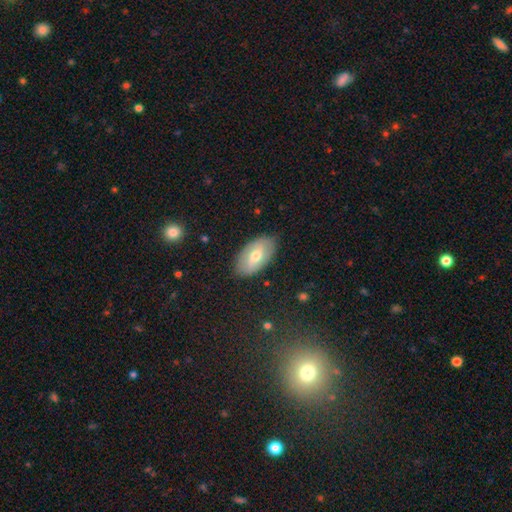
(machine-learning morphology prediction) Smooth or featured?
  - smooth: 57% *
  - featured or disk: 36%
  - star or artifact: 7%
How rounded?
  - in between: 94% *
  - round: 4%
  - cigar-shaped: 2%
Merging?
  - none: 83% *
  - minor disturbance: 13%
  - major disturbance: 3%
  - merger: 1%